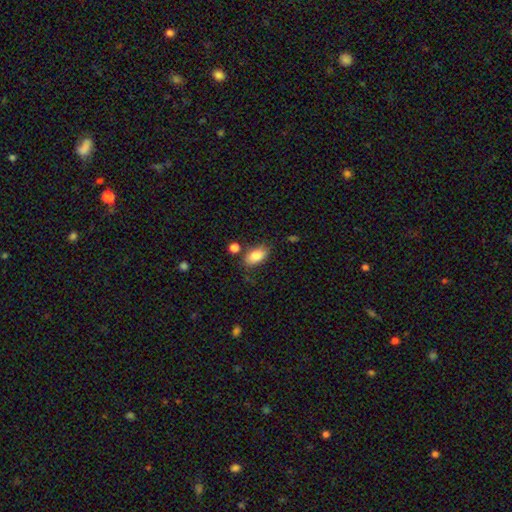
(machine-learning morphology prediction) Smooth or featured? Predicted: smooth (p=0.84). How rounded? Predicted: in between (p=0.90). Merging? Predicted: none (p=0.74).